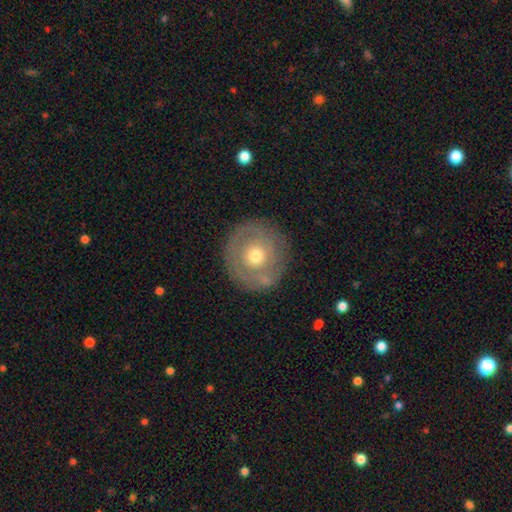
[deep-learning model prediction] Q: Smooth or featured?
A: smooth (47%); runner-up: featured or disk (45%)
Q: Merging?
A: none (83%); runner-up: minor disturbance (11%)